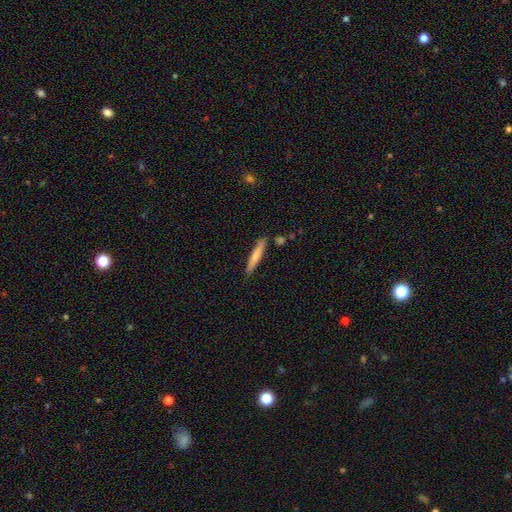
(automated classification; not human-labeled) Smooth or featured? Predicted: smooth (p=0.71). How rounded? Predicted: cigar-shaped (p=0.93). Merging? Predicted: none (p=0.85).